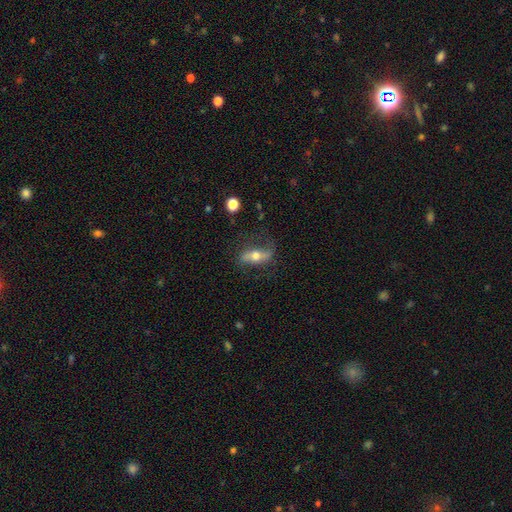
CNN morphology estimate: Smooth or featured?
  - featured or disk: 57% *
  - smooth: 35%
  - star or artifact: 8%
Edge-on disk?
  - no: 63% *
  - yes: 37%
Merging?
  - none: 67% *
  - minor disturbance: 19%
  - major disturbance: 11%
  - merger: 2%